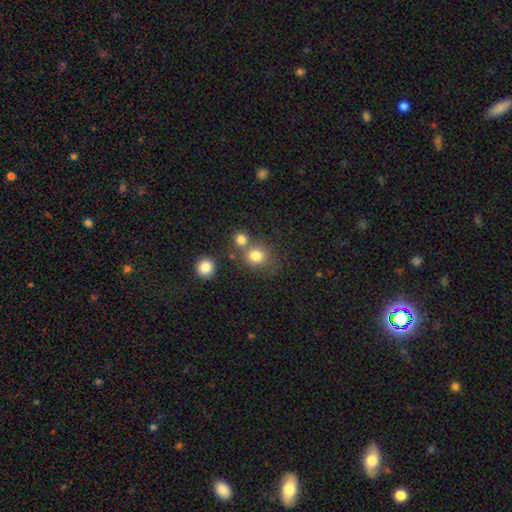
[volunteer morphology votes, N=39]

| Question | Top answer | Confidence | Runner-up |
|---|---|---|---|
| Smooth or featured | smooth | 85% | featured or disk (8%) |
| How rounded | round | 85% | in between (15%) |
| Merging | none | 50% | merger (33%) |